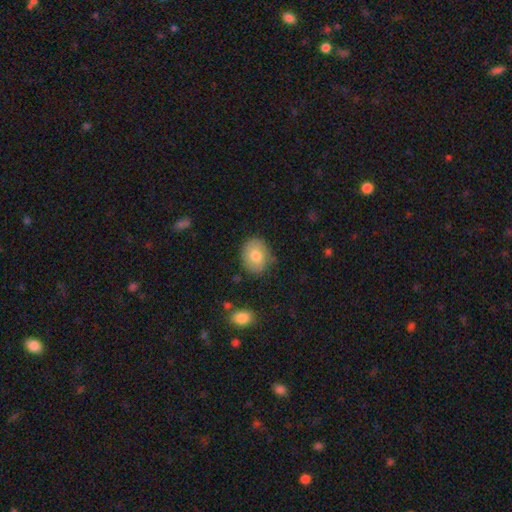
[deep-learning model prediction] This is likely a smooth galaxy (76%). How rounded: possibly round (51%). Merging: likely none (79%).